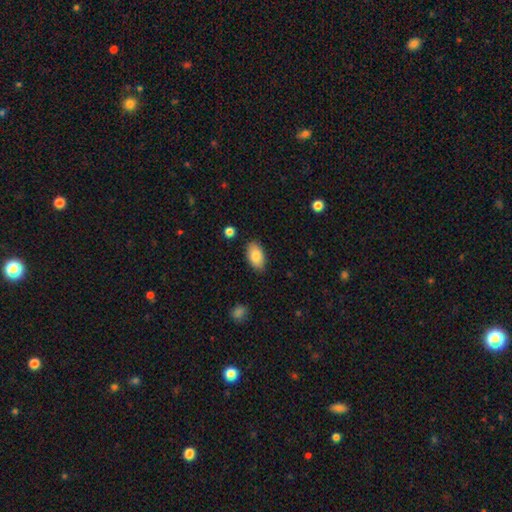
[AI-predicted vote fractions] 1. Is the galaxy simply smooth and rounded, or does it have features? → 85% smooth, 9% featured or disk, 7% star or artifact.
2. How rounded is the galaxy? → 94% in between, 4% round, 2% cigar-shaped.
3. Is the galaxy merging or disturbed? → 84% none, 12% minor disturbance, 2% major disturbance, 2% merger.